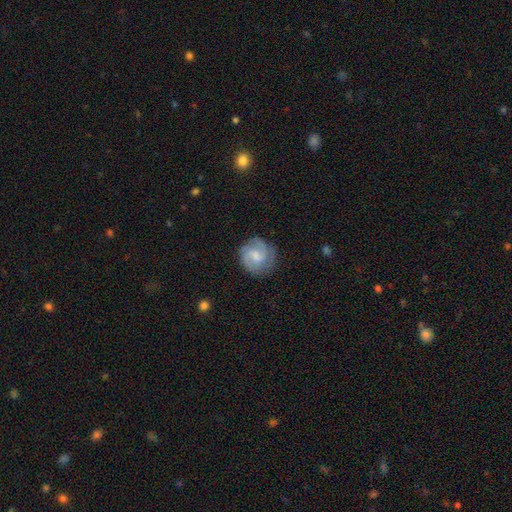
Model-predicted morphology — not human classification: Smooth or featured: featured or disk — 59% (smooth — 34%)
Edge-on disk: no — 98% (yes — 2%)
Bar: weak — 47% (no — 45%)
Spiral arms: yes — 90% (no — 10%)
Spiral winding: medium — 43% (tight — 42%)
Spiral arm count: 2 — 46% (3 — 22%)
Bulge size: moderate — 39% (small — 37%)
Merging: none — 76% (minor disturbance — 17%)